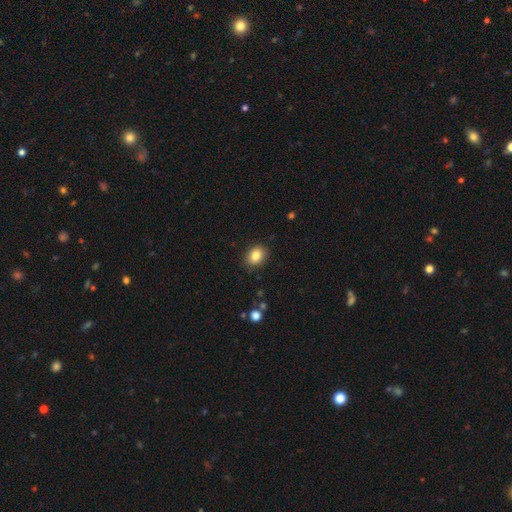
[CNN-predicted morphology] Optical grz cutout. It shows a smooth galaxy with no disk features (83%) that is in between round and cigar-shaped (62%). Merging: none (87%).